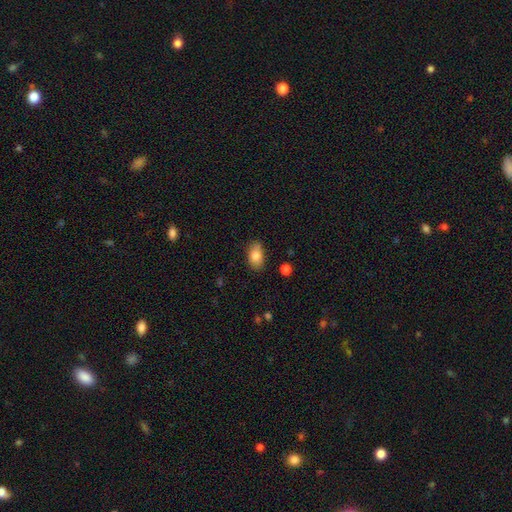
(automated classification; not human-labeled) smooth_or_featured: smooth (p=0.82) [alt: featured or disk p=0.10]
how_rounded: in between (p=0.89) [alt: round p=0.08]
merging: none (p=0.79) [alt: minor disturbance p=0.16]